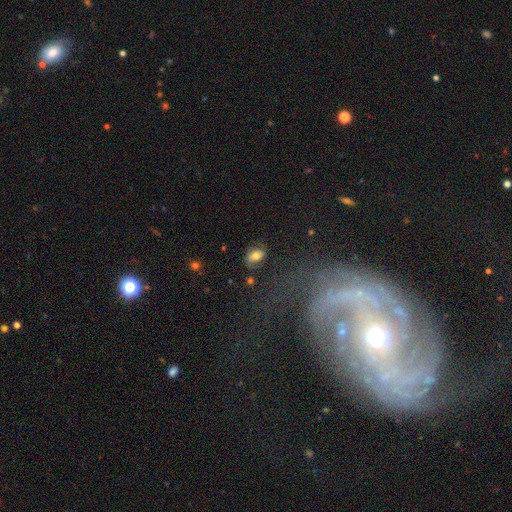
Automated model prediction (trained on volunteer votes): smooth-or-featured: smooth: 63% | featured or disk: 26% | star or artifact: 12%
  how-rounded: in between: 84% | round: 14% | cigar-shaped: 2%
  merging: none: 71% | minor disturbance: 19% | major disturbance: 7% | merger: 3%